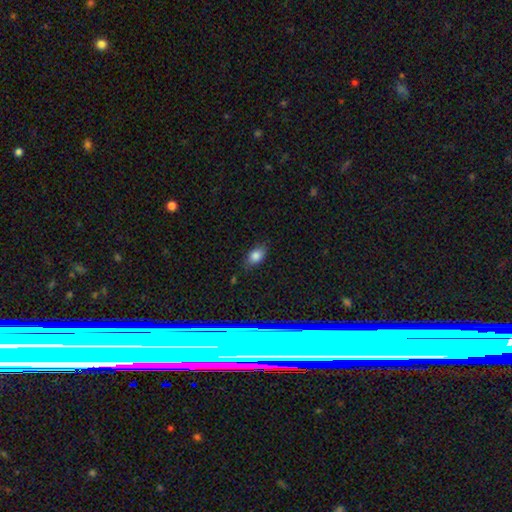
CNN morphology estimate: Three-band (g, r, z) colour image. It shows a smooth galaxy with no disk features (79%) that is in between round and cigar-shaped (84%). Merging: none (78%).